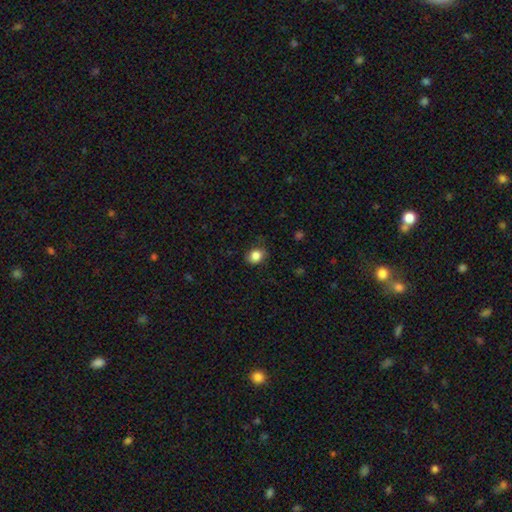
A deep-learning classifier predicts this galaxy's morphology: This is clearly a smooth galaxy (85%). How rounded: possibly round (60%). Merging: likely none (76%).